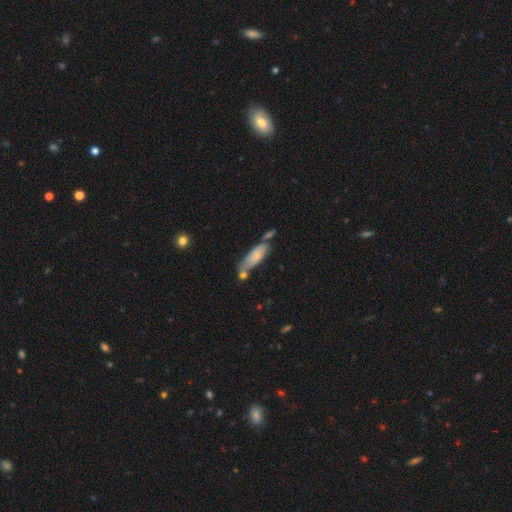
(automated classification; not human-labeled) smooth_or_featured: smooth (p=0.72) [alt: featured or disk p=0.21]
how_rounded: cigar-shaped (p=0.49) [tied with: in between p=0.49]
merging: none (p=0.46) [alt: merger p=0.24]